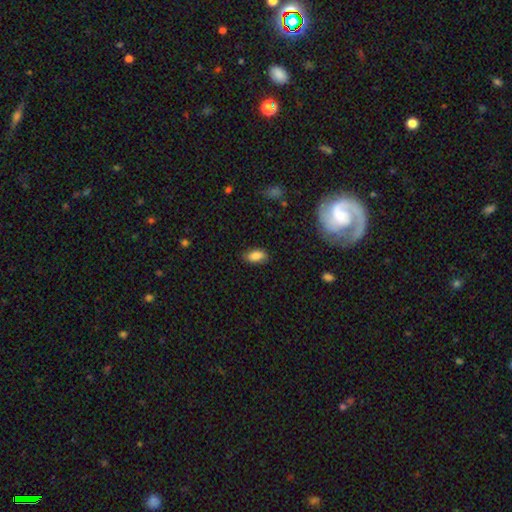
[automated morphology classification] A smooth galaxy with no disk features (85%) that is in between round and cigar-shaped (90%).

Vote fractions:
- Smooth or featured? smooth: 85% / star or artifact: 8% / featured or disk: 6%
- How rounded? in between: 90% / cigar-shaped: 6% / round: 4%
- Merging? none: 81% / minor disturbance: 15% / major disturbance: 3% / merger: 1%